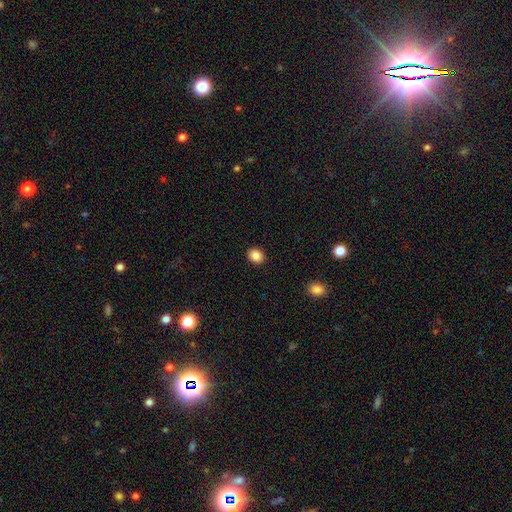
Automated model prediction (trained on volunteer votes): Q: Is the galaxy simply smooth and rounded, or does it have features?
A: smooth — 87%.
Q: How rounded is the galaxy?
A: round — 59%.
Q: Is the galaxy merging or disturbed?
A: none — 91%.